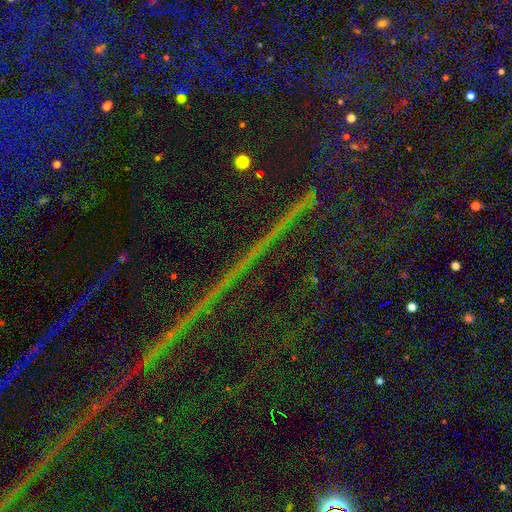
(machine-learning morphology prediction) Smooth or featured?
  - star or artifact: 86% *
  - featured or disk: 8%
  - smooth: 5%